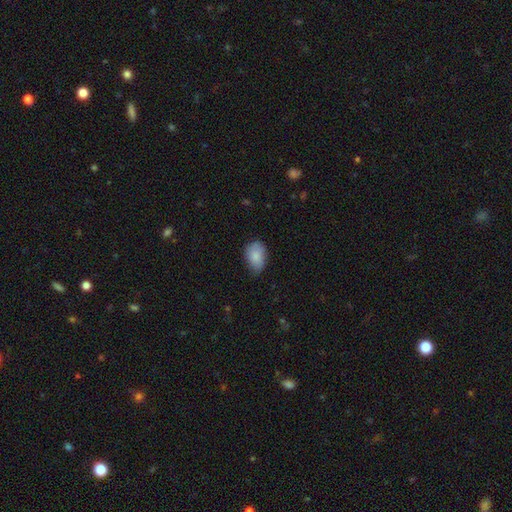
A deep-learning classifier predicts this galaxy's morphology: A smooth galaxy with no disk features (85%) that is in between round and cigar-shaped (83%). Merging: none (58%).